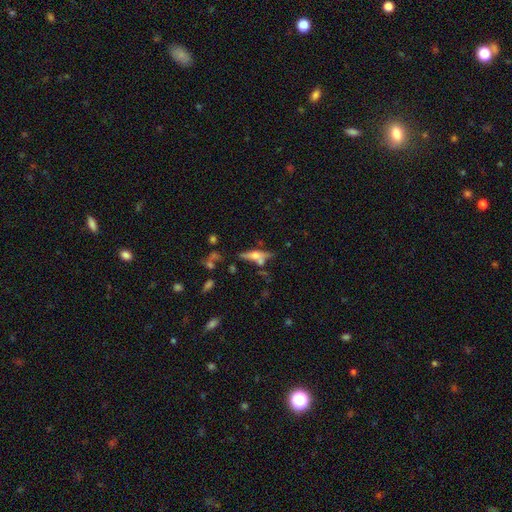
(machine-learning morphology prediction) Smooth or featured? featured or disk (58%)
Edge-on disk? yes (88%)
Edge-on bulge? rounded (88%)
Merging? none (57%)